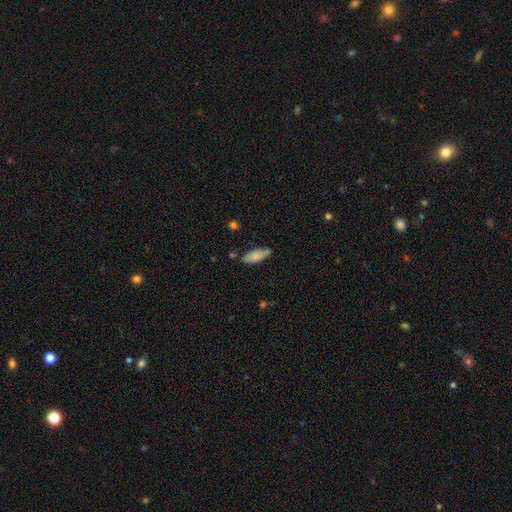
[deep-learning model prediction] Morphology: type=smooth (78%); roundness=in between (68%); merging=none (68%).